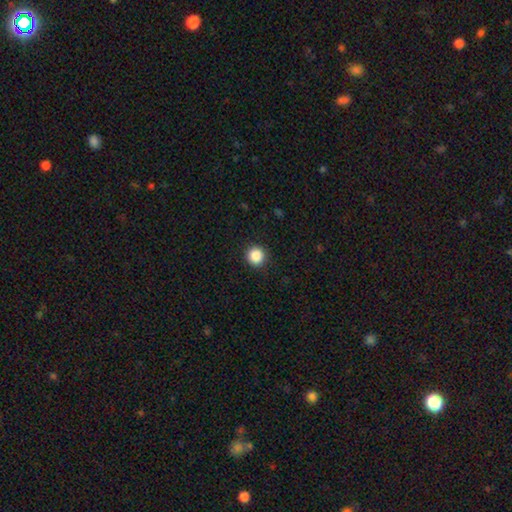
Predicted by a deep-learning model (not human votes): Overall: smooth (88%). How rounded: round (95%). Merging: none (92%).